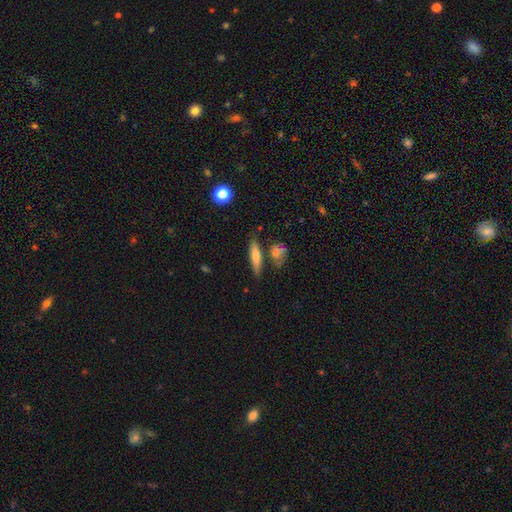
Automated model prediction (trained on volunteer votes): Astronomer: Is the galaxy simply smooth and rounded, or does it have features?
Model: smooth — 64%.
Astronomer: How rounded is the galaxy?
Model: cigar-shaped — 74%.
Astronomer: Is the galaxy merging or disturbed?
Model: none — 72%.